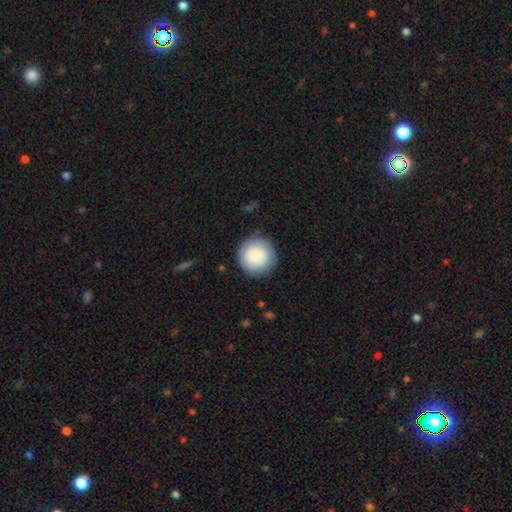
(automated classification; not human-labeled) Smooth or featured?
  - smooth: 86% *
  - featured or disk: 8%
  - star or artifact: 6%
How rounded?
  - round: 95% *
  - in between: 4%
  - cigar-shaped: 1%
Merging?
  - none: 85% *
  - minor disturbance: 10%
  - major disturbance: 3%
  - merger: 1%